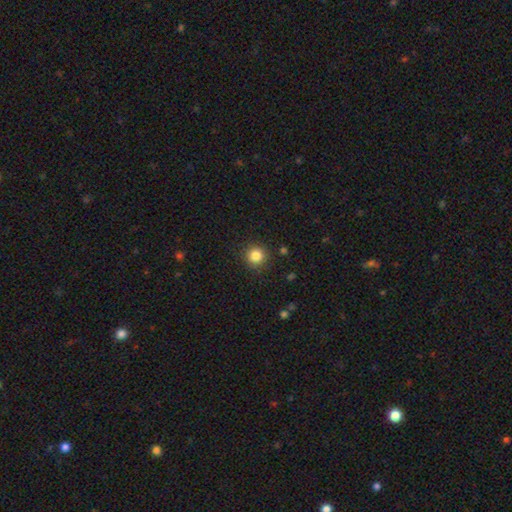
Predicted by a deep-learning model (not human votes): Q: Smooth or featured?
A: smooth (84%); runner-up: star or artifact (11%)
Q: How rounded?
A: round (94%); runner-up: in between (5%)
Q: Merging?
A: none (90%); runner-up: minor disturbance (7%)